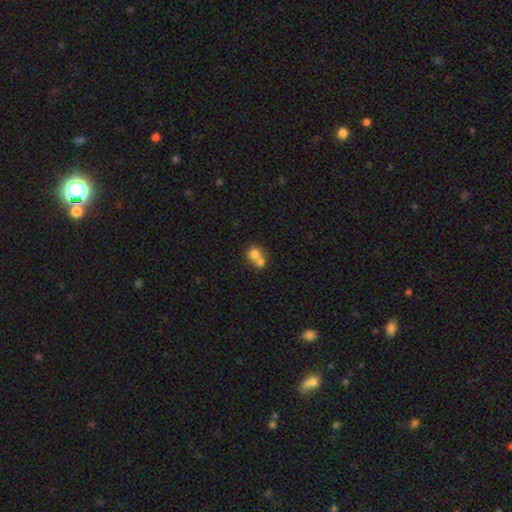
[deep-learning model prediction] smooth_or_featured: smooth (p=0.73) [alt: featured or disk p=0.17]
how_rounded: round (p=0.78) [alt: in between p=0.21]
merging: merger (p=0.65) [alt: none p=0.27]